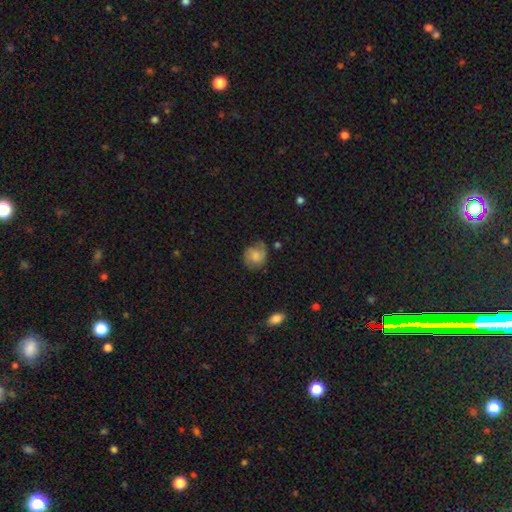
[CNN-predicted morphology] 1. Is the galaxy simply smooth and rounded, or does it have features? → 53% smooth, 39% featured or disk, 9% star or artifact.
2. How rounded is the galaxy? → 69% round, 29% in between, 1% cigar-shaped.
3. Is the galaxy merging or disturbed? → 64% none, 25% minor disturbance, 9% major disturbance, 2% merger.